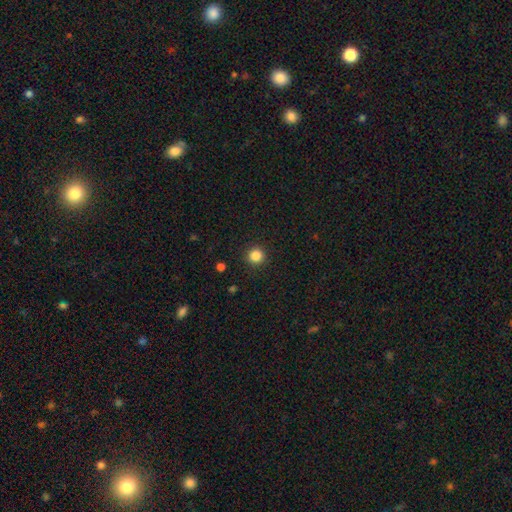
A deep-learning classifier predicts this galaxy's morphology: Smooth or featured? Predicted: smooth (p=0.85). How rounded? Predicted: round (p=0.94). Merging? Predicted: none (p=0.92).